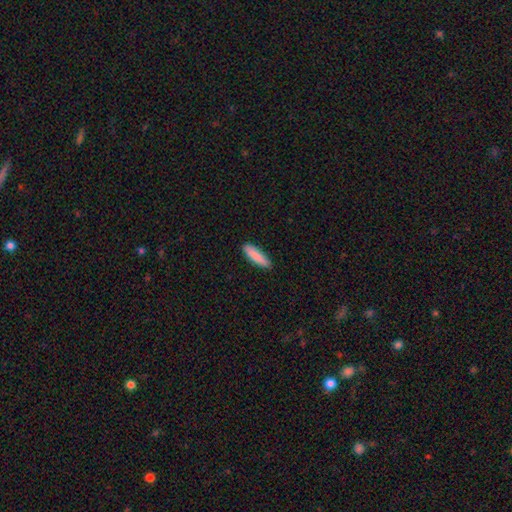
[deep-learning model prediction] smooth_or_featured: smooth (p=0.88) [alt: featured or disk p=0.07]
how_rounded: cigar-shaped (p=0.68) [alt: in between p=0.31]
merging: none (p=0.89) [alt: minor disturbance p=0.09]